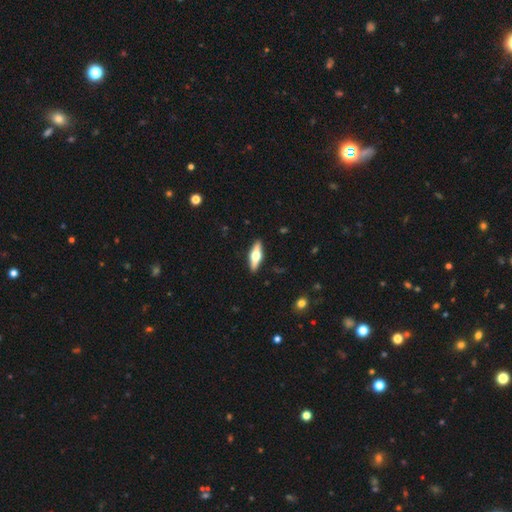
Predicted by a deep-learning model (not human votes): This is possibly a featured or disk galaxy (56%). It is clearly viewed edge-on (93%). Edge-on bulge: clearly rounded (95%). Merging: clearly none (90%).